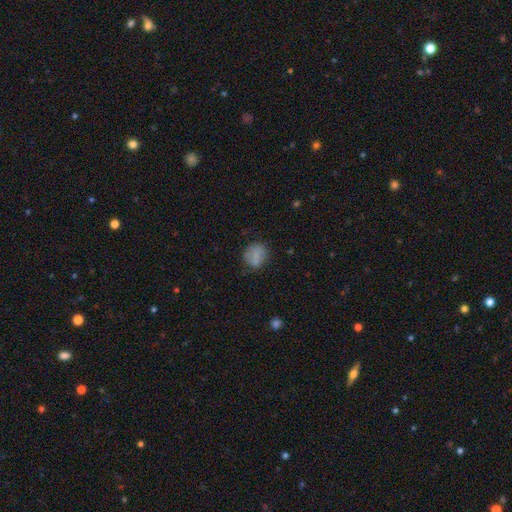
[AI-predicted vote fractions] This is likely a smooth galaxy (77%). How rounded: likely round (74%). Merging: likely none (70%).